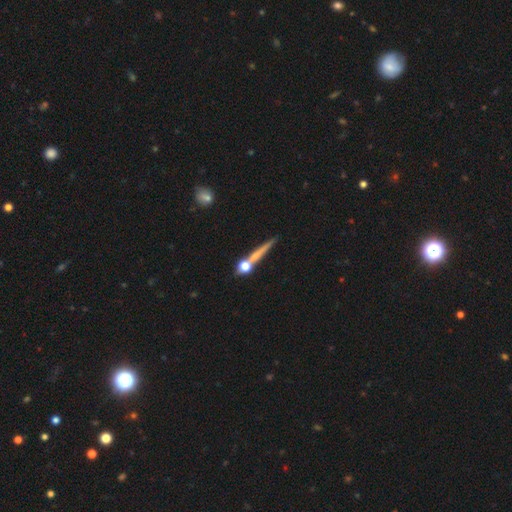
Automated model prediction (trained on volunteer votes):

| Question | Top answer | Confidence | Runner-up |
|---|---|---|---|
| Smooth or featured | smooth | 48% | featured or disk (40%) |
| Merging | none | 65% | merger (17%) |